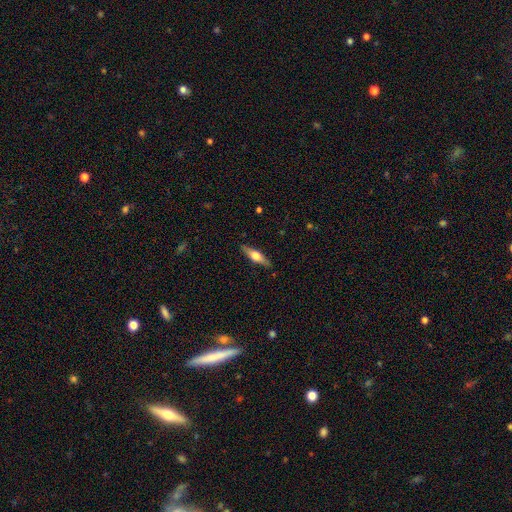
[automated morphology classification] A featured or disk galaxy (54%) viewed edge-on (93%). Merging: none (88%).